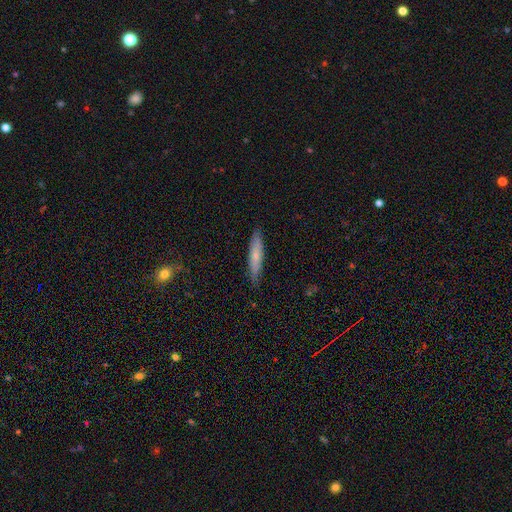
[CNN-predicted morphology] This appears to be a smooth galaxy with no disk features (59%) that is cigar-shaped (86%). Merging: none (84%).